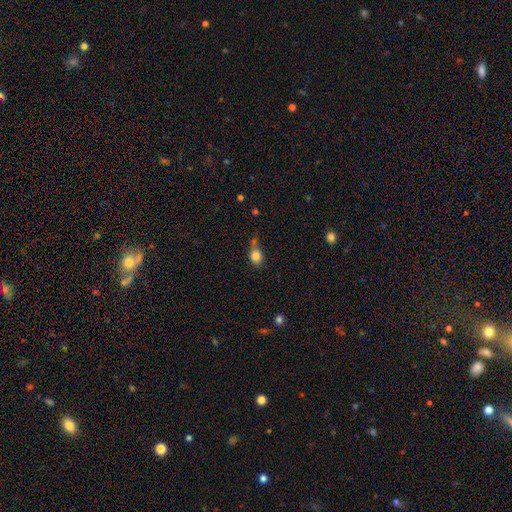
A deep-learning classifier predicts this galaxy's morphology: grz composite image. It shows a smooth galaxy with no disk features (83%) that is round (54%). Merging: none (53%).